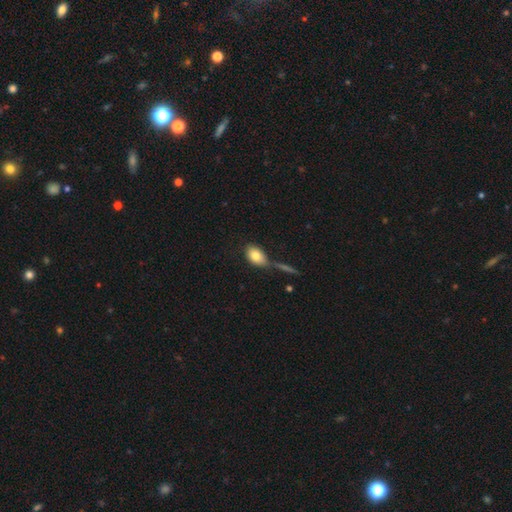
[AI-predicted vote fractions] Morphology: type=smooth (79%); roundness=in between (86%); merging=none (51%).